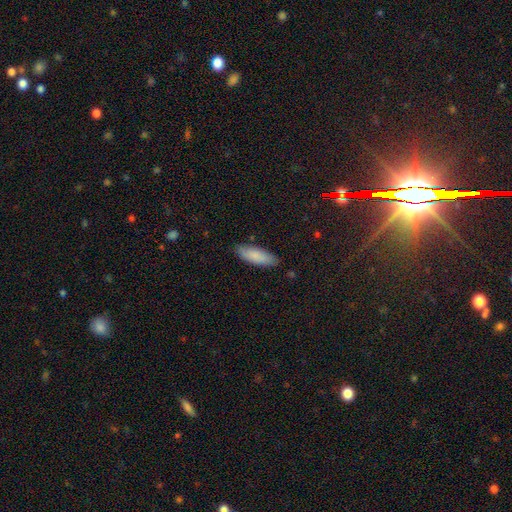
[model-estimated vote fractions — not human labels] smooth_or_featured: smooth (p=0.84) [alt: featured or disk p=0.10]
how_rounded: in between (p=0.56) [alt: cigar-shaped p=0.43]
merging: none (p=0.84) [alt: minor disturbance p=0.13]